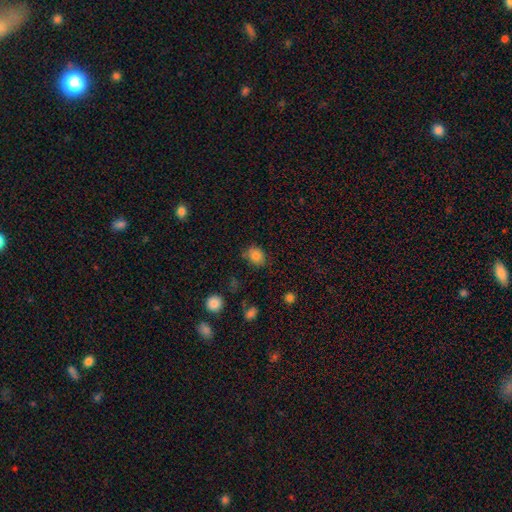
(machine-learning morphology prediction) This appears to be a smooth galaxy with no disk features (83%) that is in between round and cigar-shaped (50%). Merging: none (75%).